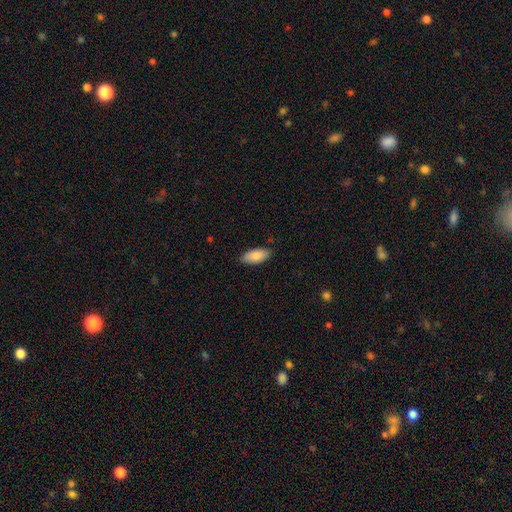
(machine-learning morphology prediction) smooth-or-featured: smooth: 85% | featured or disk: 9% | star or artifact: 6%
  how-rounded: in between: 90% | cigar-shaped: 8% | round: 2%
  merging: none: 86% | minor disturbance: 11% | major disturbance: 2% | merger: 1%